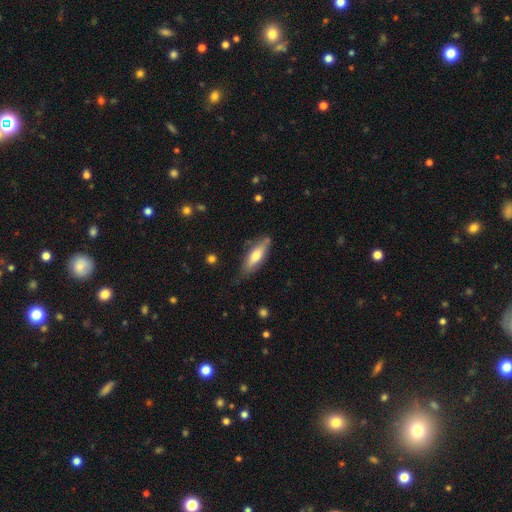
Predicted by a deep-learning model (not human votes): Smooth or featured? Predicted: smooth (p=0.62). How rounded? Predicted: cigar-shaped (p=0.56). Merging? Predicted: none (p=0.74).